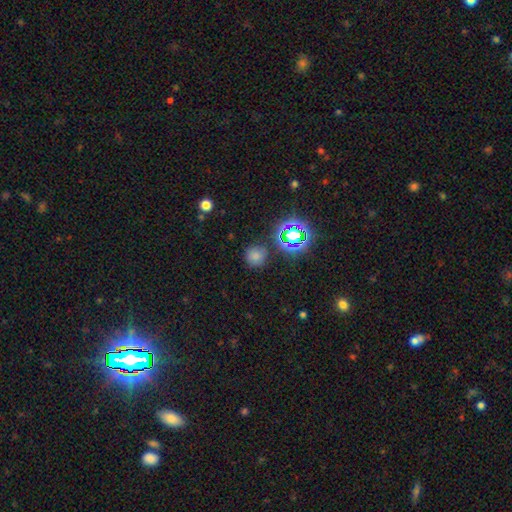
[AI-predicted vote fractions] This is likely a smooth galaxy (68%). How rounded: clearly round (91%). Merging: clearly none (82%).